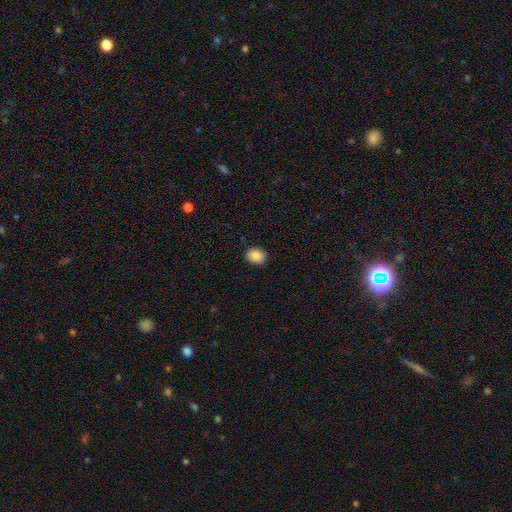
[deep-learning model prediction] Morphology: type=smooth (88%); roundness=in between (60%); merging=none (89%).